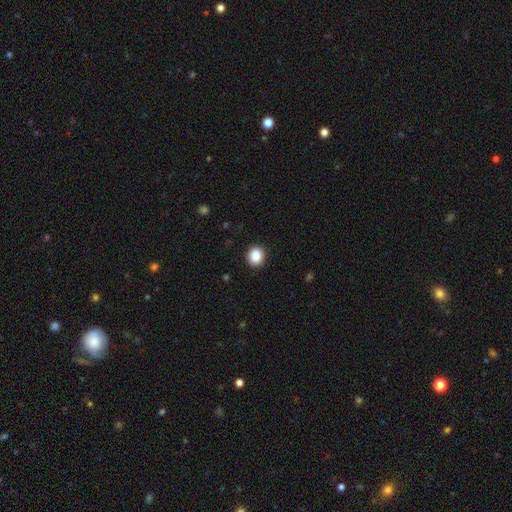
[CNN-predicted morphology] Q: Smooth or featured?
A: smooth (88%); runner-up: star or artifact (9%)
Q: How rounded?
A: round (70%); runner-up: in between (29%)
Q: Merging?
A: none (91%); runner-up: minor disturbance (6%)